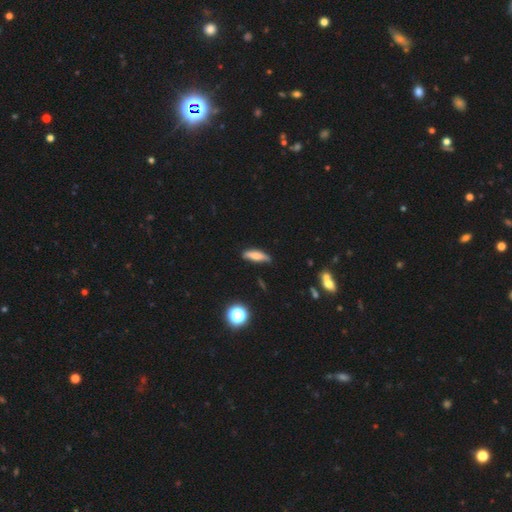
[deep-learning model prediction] A smooth galaxy with no disk features (67%) that is cigar-shaped (58%).

Vote fractions:
- Smooth or featured? smooth: 67% / featured or disk: 23% / star or artifact: 9%
- How rounded? cigar-shaped: 58% / in between: 39% / round: 3%
- Merging? none: 76% / minor disturbance: 19% / major disturbance: 3% / merger: 2%